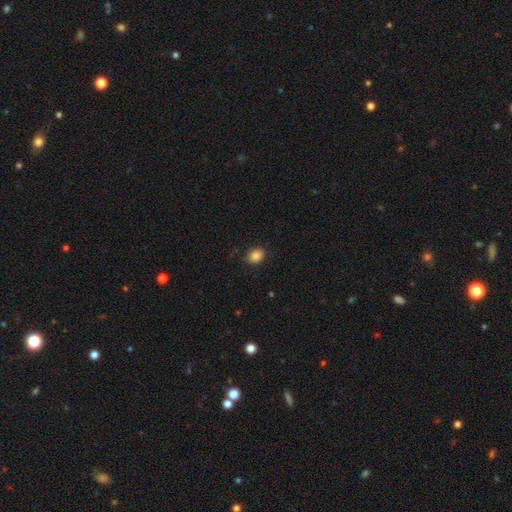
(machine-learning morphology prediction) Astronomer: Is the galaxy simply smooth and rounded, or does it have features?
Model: smooth — 86%.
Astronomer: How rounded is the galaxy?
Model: in between — 59% (runner-up: round, 40%).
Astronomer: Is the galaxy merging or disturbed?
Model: none — 85%.